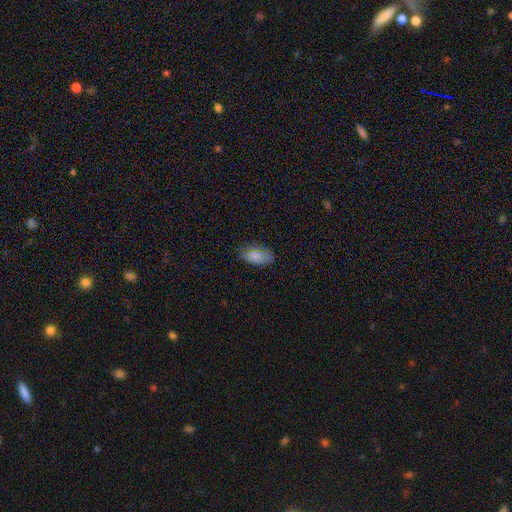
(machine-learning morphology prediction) A smooth galaxy with no disk features (84%) that is in between round and cigar-shaped (93%).

Vote fractions:
- Smooth or featured? smooth: 84% / featured or disk: 9% / star or artifact: 7%
- How rounded? in between: 93% / cigar-shaped: 4% / round: 3%
- Merging? none: 71% / minor disturbance: 23% / major disturbance: 5% / merger: 1%